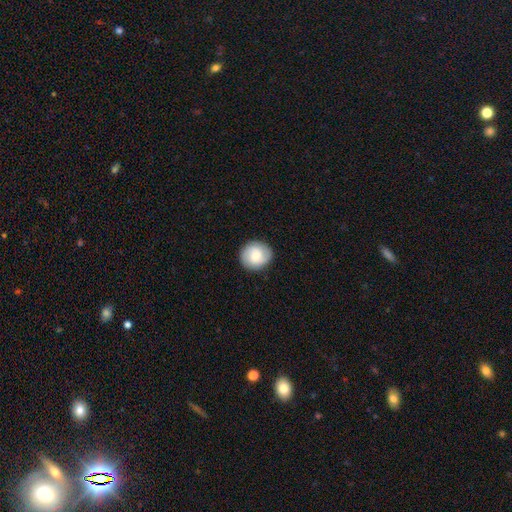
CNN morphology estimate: smooth 55%, featured or disk 37%, star or artifact 7%. Down the decision tree: how rounded — round (83%); merging — none (87%).